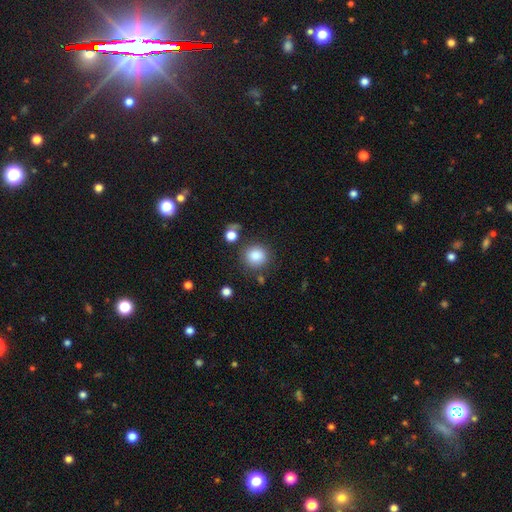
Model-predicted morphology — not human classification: Smooth or featured? Predicted: smooth (p=0.85). How rounded? Predicted: round (p=0.88). Merging? Predicted: none (p=0.78).